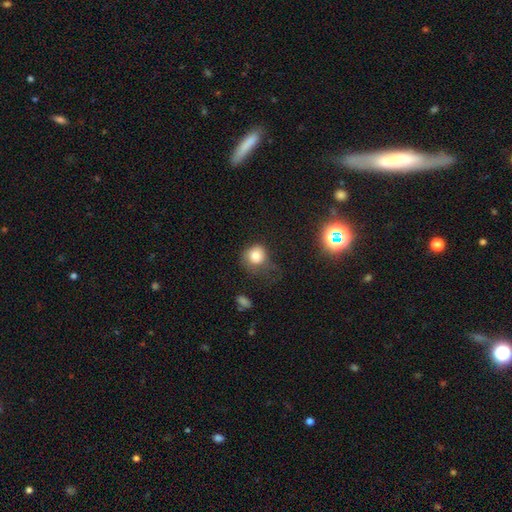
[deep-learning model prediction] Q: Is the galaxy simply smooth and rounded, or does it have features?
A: smooth — 79%.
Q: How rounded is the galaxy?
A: round — 81%.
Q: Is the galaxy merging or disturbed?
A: none — 45%.